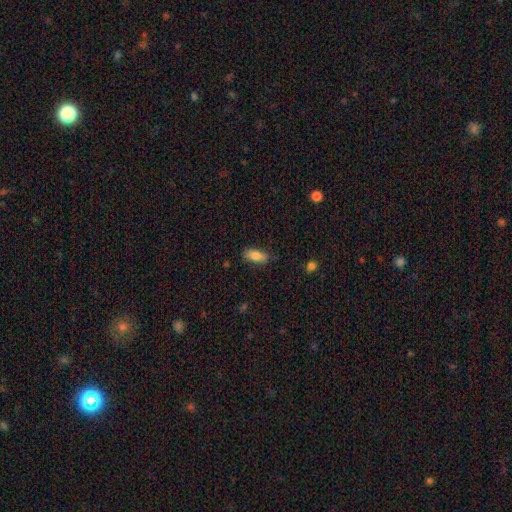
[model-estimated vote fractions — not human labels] A smooth galaxy with no disk features (82%) that is in between round and cigar-shaped (80%). Merging: none (81%).